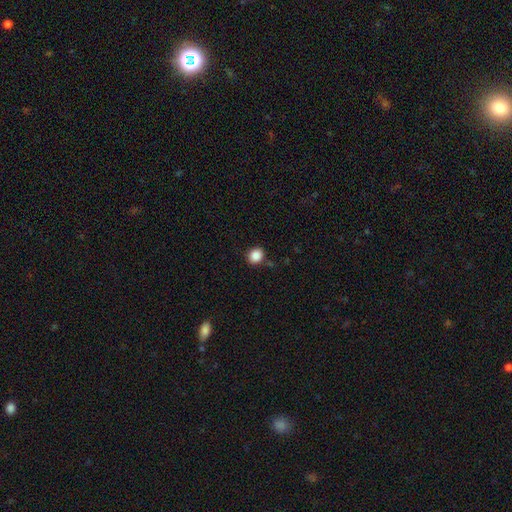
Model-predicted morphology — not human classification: type=smooth (87%); roundness=round (67%); merging=none (85%).